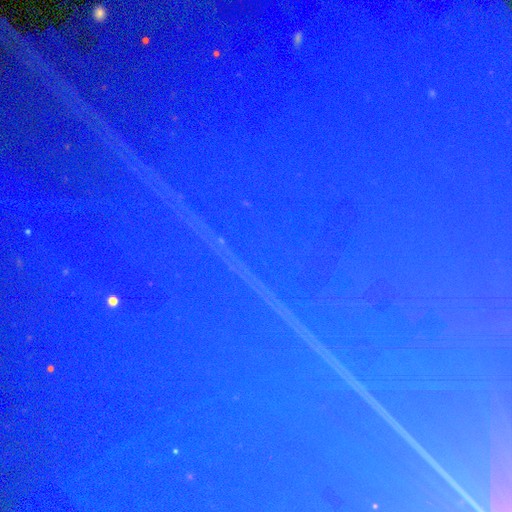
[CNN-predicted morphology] type=star or artifact (85%).